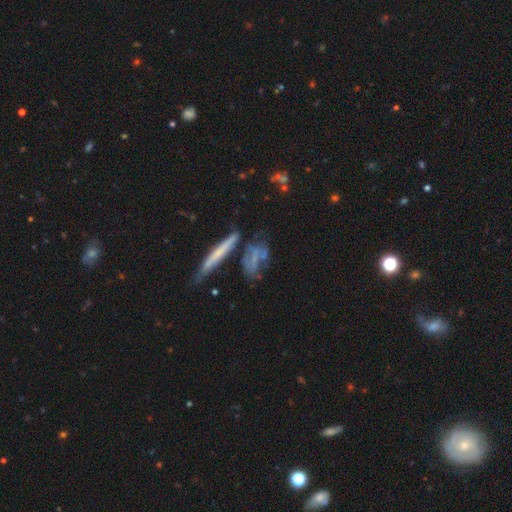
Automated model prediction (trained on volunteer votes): Morphology: type=featured or disk (49%); merging=none (47%).